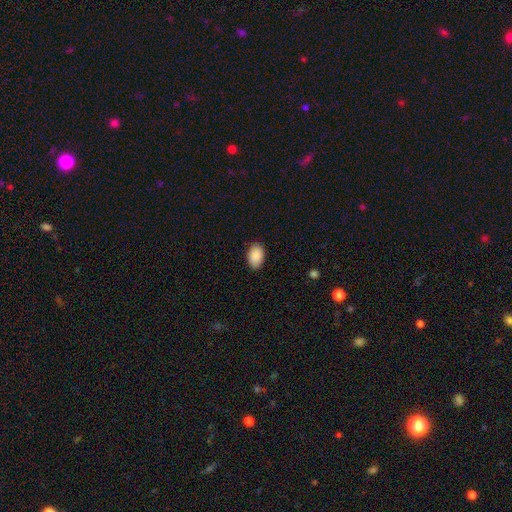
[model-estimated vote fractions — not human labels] Smooth or featured? smooth (90%)
How rounded? in between (90%)
Merging? none (85%)